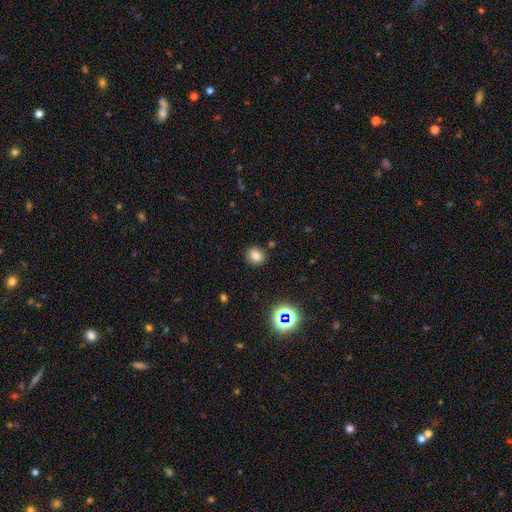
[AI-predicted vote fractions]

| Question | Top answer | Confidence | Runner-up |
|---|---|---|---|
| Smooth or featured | smooth | 77% | star or artifact (15%) |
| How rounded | round | 77% | in between (22%) |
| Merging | none | 88% | minor disturbance (8%) |